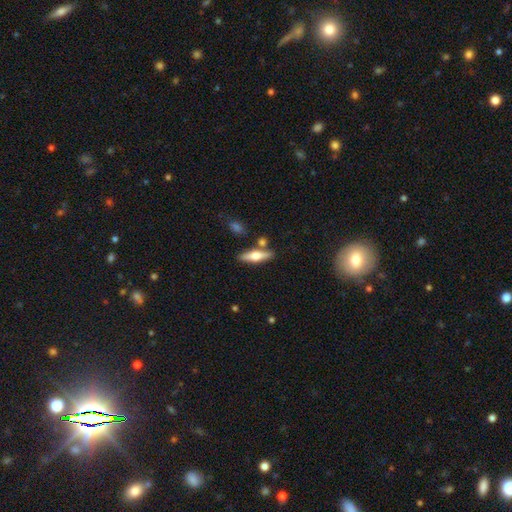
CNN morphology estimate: type=smooth (47%, tied with featured or disk); merging=none (79%).